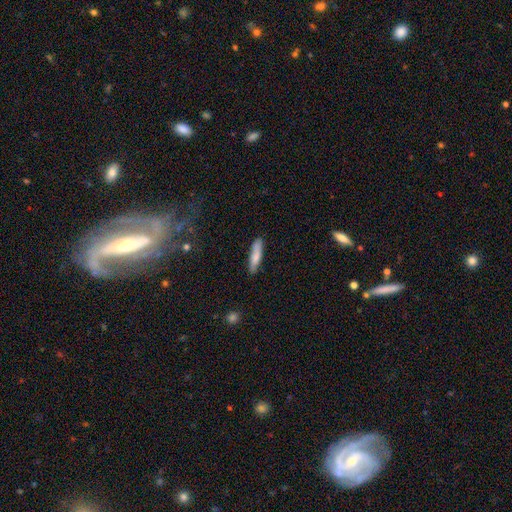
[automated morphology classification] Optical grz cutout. It shows a smooth galaxy with no disk features (78%) that is cigar-shaped (79%). Merging: none (83%).